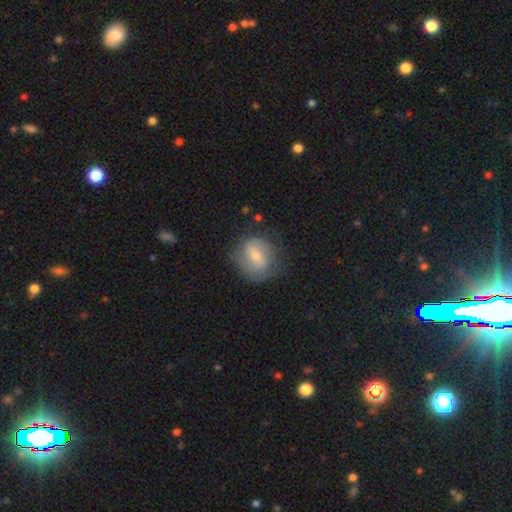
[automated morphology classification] Smooth or featured? Predicted: smooth (p=0.47). Merging? Predicted: none (p=0.62).